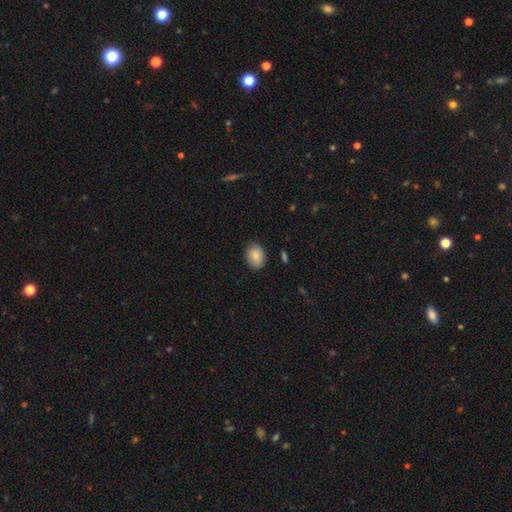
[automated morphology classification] type=smooth (85%); roundness=in between (60%); merging=none (83%).